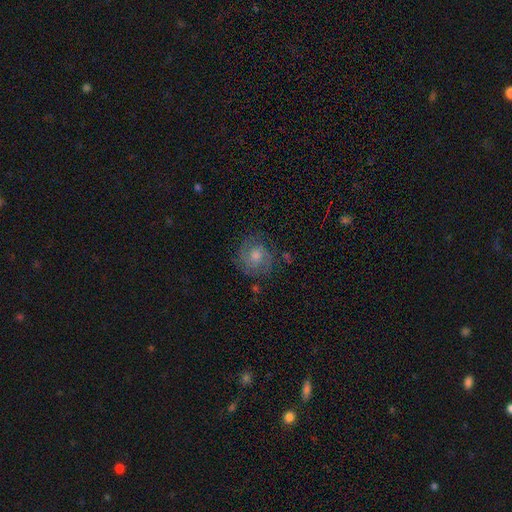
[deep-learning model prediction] Smooth or featured? featured or disk (67%)
Edge-on disk? no (97%)
Bar? no (69%)
Spiral arms? yes (91%)
Spiral winding? tight (59%)
Spiral arm count? 2 (53%)
Bulge size? moderate (61%)
Merging? none (78%)